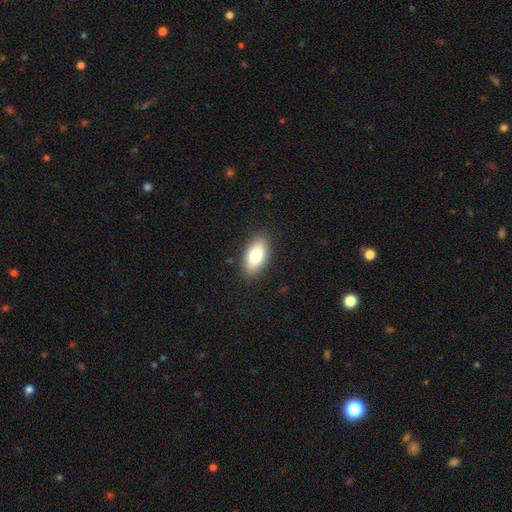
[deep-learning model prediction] This is likely a smooth galaxy (79%). How rounded: clearly in between (91%). Merging: clearly none (88%).